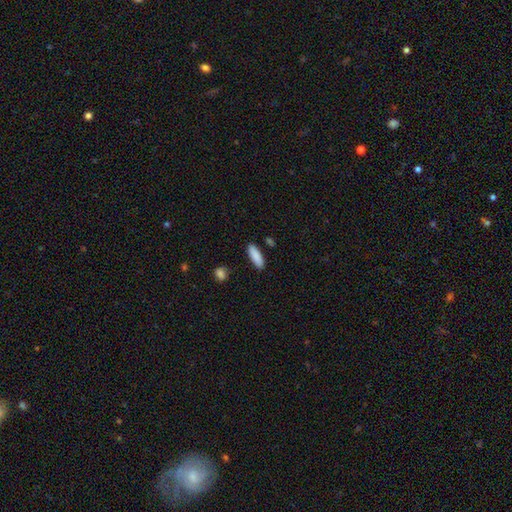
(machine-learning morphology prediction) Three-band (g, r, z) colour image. It shows a smooth galaxy with no disk features (88%) that is in between round and cigar-shaped (52%). Merging: none (86%).